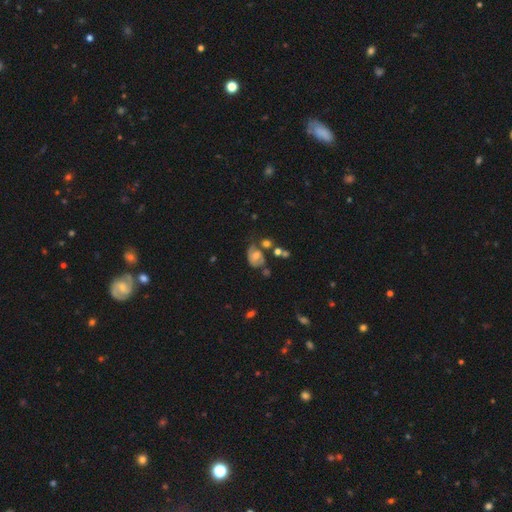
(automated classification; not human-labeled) This appears to be a featured or disk galaxy (52%). Merging: none (36%).